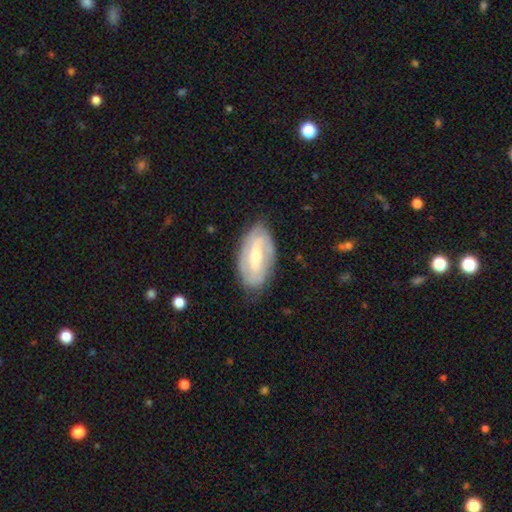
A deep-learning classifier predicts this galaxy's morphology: A featured or disk galaxy (73%) with a strong bar (44%), 2 (68%) tight (44%) spiral arms (80%) and a moderate central bulge (53%).

Vote fractions:
- Smooth or featured? featured or disk: 73% / smooth: 21% / star or artifact: 5%
- Edge-on disk? no: 92% / yes: 8%
- Bar? strong: 44% / weak: 39% / no: 16%
- Spiral arms? yes: 80% / no: 20%
- Spiral winding? tight: 44% / medium: 36% / loose: 20%
- Spiral arm count? 2: 68% / can't tell: 21% / 3: 5% / 1: 3% / 4: 2% / more than 4: 2%
- Bulge size? moderate: 53% / small: 41% / large: 3% / none: 1% / dominant: 1%
- Merging? none: 80% / minor disturbance: 15% / major disturbance: 4% / merger: 1%